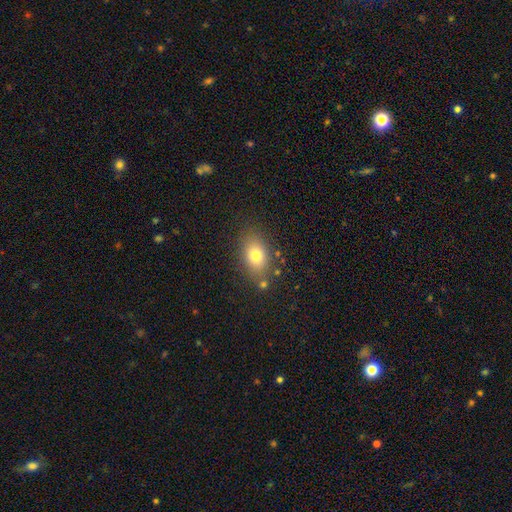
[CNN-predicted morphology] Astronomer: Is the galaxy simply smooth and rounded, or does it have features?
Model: smooth — 77%.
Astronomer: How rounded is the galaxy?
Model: in between — 78%.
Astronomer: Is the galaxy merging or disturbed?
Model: none — 78%.